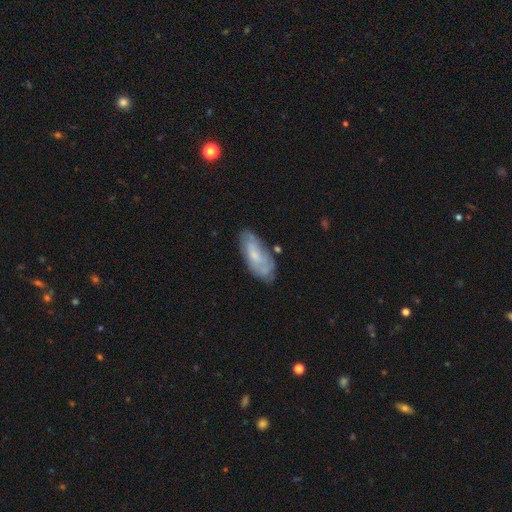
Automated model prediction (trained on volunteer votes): Overall: smooth (48%; featured or disk 44%). Merging: none (67%).